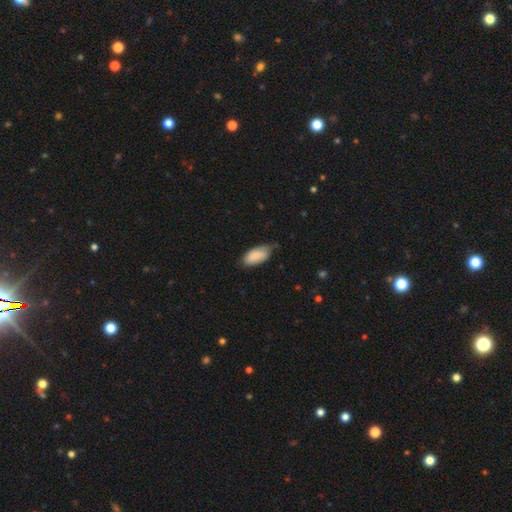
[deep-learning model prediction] A smooth galaxy with no disk features (85%) that is in between round and cigar-shaped (92%).

Vote fractions:
- Smooth or featured? smooth: 85% / featured or disk: 9% / star or artifact: 6%
- How rounded? in between: 92% / cigar-shaped: 6% / round: 2%
- Merging? none: 57% / minor disturbance: 35% / major disturbance: 6% / merger: 2%